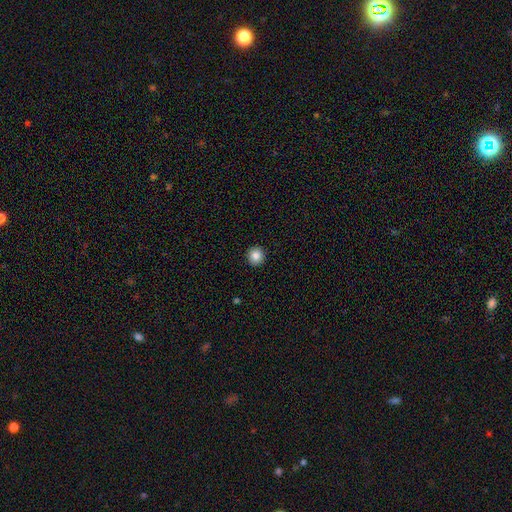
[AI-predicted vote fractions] Smooth or featured? smooth (86%)
How rounded? round (92%)
Merging? none (93%)